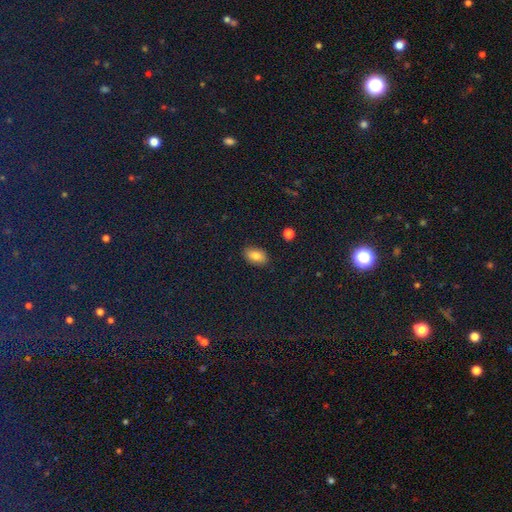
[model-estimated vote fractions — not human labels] Smooth or featured?
  - smooth: 83% *
  - star or artifact: 9%
  - featured or disk: 8%
How rounded?
  - in between: 89% *
  - round: 9%
  - cigar-shaped: 2%
Merging?
  - none: 87% *
  - minor disturbance: 9%
  - major disturbance: 2%
  - merger: 1%